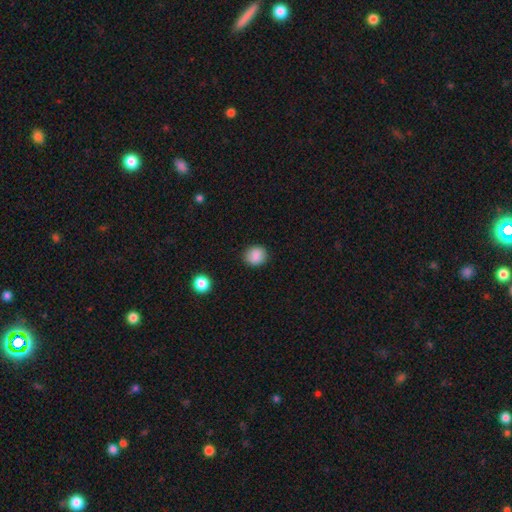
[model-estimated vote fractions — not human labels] A smooth galaxy with no disk features (87%) that is round (83%). Merging: none (89%).